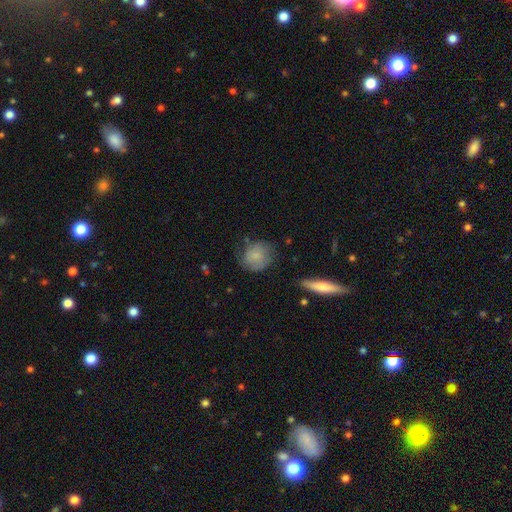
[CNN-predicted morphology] Overall: smooth (77%). How rounded: round (78%). Merging: none (62%; minor disturbance 26%).